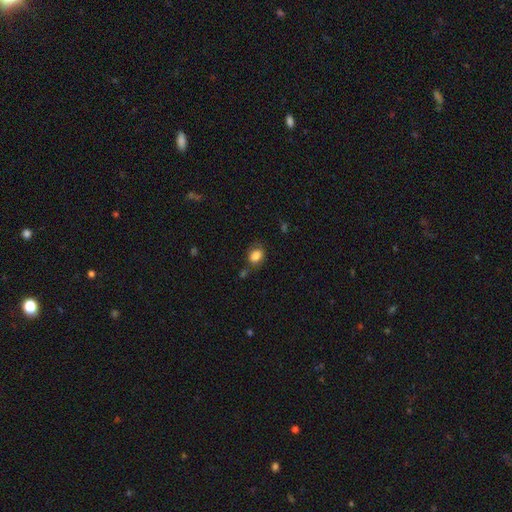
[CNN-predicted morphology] This appears to be a smooth galaxy with no disk features (85%) that is in between round and cigar-shaped (64%). Merging: none (70%).